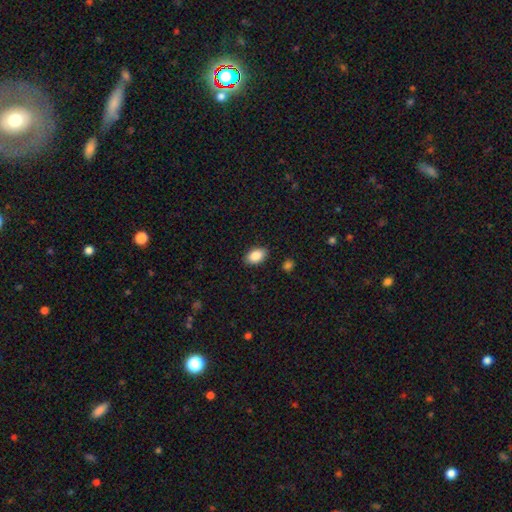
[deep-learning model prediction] smooth 88%, star or artifact 8%, featured or disk 5%. Down the decision tree: how rounded — in between (90%); merging — none (87%).